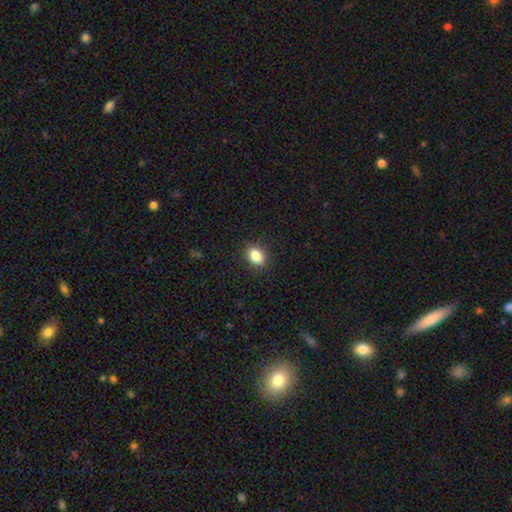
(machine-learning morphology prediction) A smooth galaxy with no disk features (86%) that is in between round and cigar-shaped (75%).

Vote fractions:
- Smooth or featured? smooth: 86% / star or artifact: 9% / featured or disk: 5%
- How rounded? in between: 75% / round: 23% / cigar-shaped: 1%
- Merging? none: 89% / minor disturbance: 8% / major disturbance: 2% / merger: 1%